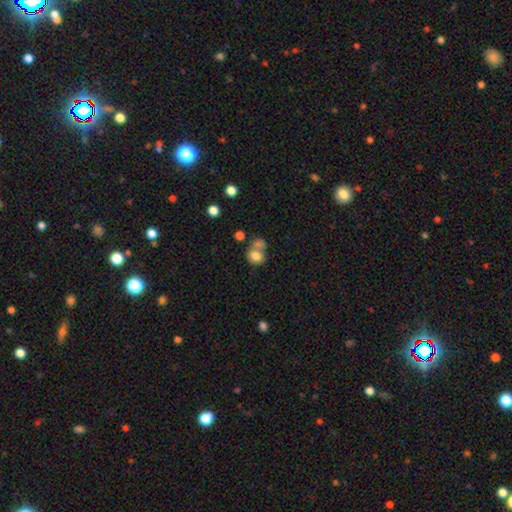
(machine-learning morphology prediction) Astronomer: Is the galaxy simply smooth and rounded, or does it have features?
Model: smooth — 78%.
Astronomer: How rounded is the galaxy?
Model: round — 60% (runner-up: in between, 39%).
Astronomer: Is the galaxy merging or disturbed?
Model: merger — 47% (runner-up: none, 36%).